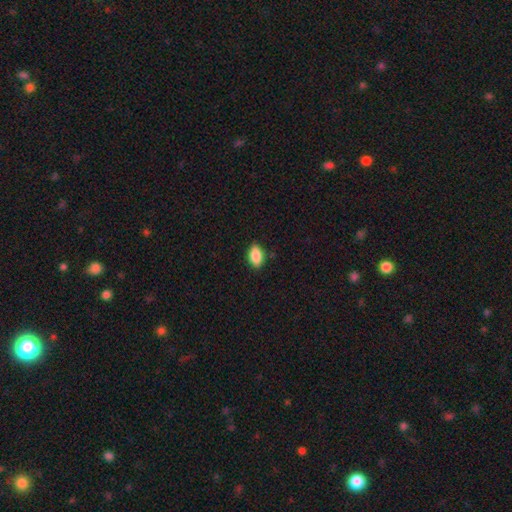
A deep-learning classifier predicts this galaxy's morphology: smooth_or_featured: smooth (p=0.87) [alt: star or artifact p=0.07]
how_rounded: in between (p=0.91) [alt: round p=0.06]
merging: none (p=0.85) [alt: minor disturbance p=0.12]